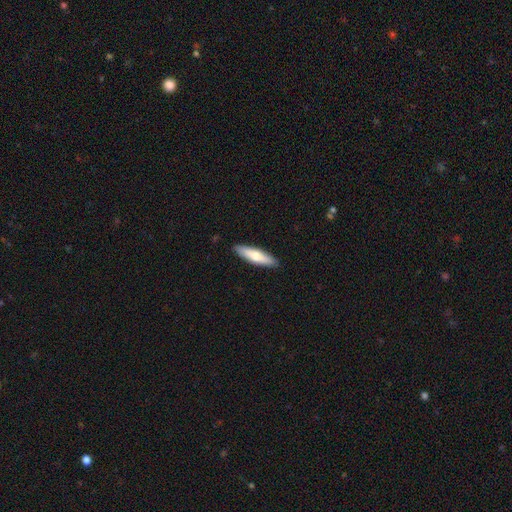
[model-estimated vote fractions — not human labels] Smooth or featured: smooth — 64% (featured or disk — 31%)
How rounded: cigar-shaped — 67% (in between — 31%)
Merging: none — 90% (minor disturbance — 7%)